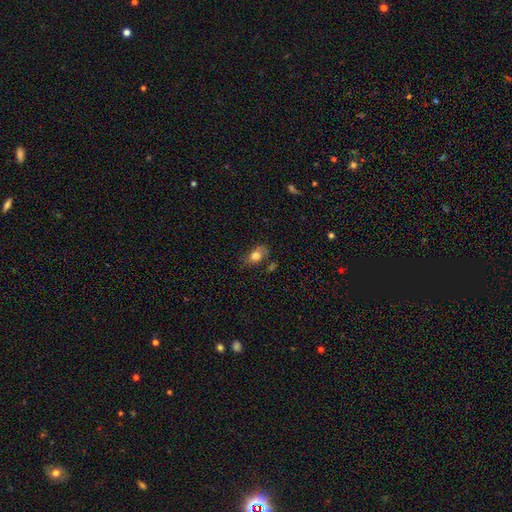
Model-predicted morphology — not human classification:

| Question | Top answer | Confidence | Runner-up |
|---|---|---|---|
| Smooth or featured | smooth | 74% | featured or disk (16%) |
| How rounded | in between | 76% | round (21%) |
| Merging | none | 53% | minor disturbance (28%) |